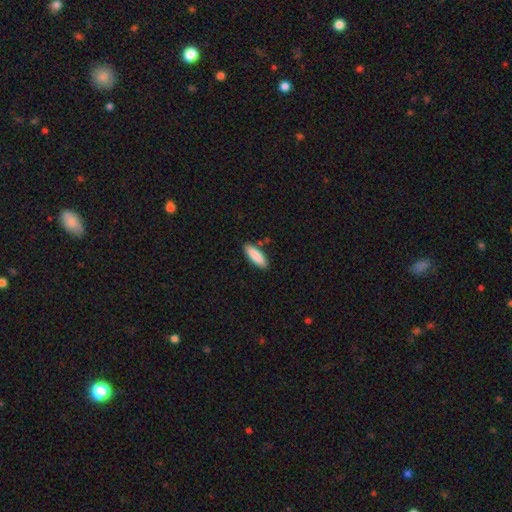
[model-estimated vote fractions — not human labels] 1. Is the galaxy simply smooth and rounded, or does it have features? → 88% smooth, 6% featured or disk, 6% star or artifact.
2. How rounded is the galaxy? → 51% in between, 47% cigar-shaped, 2% round.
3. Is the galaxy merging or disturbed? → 85% none, 10% minor disturbance, 3% merger, 2% major disturbance.